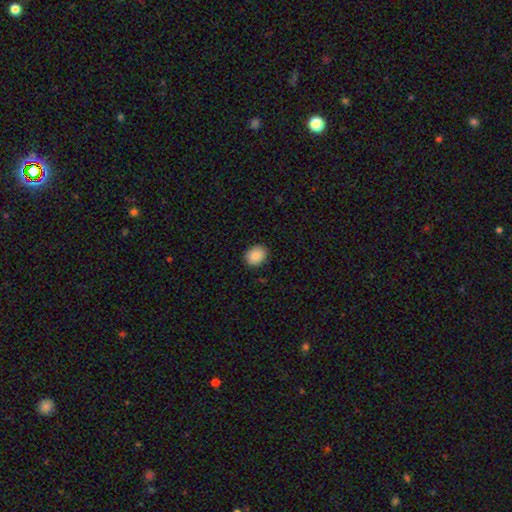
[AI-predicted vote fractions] This is clearly a smooth galaxy (87%). How rounded: likely round (61%). Merging: clearly none (89%).